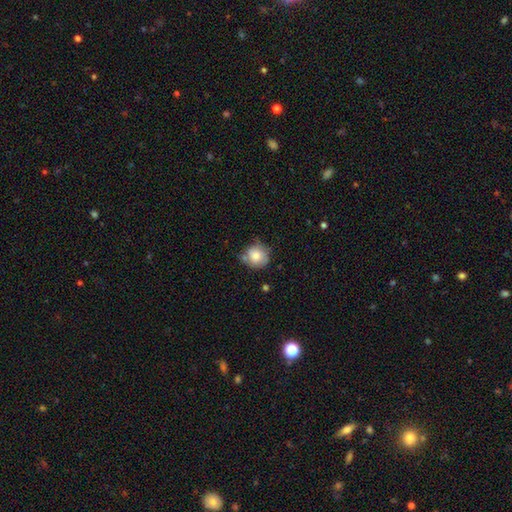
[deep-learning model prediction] The model was most divided on "merging": none: 57%, minor disturbance: 28%, merger: 8%, major disturbance: 7%. More confident: how rounded — round (85%); smooth or featured — smooth (76%).